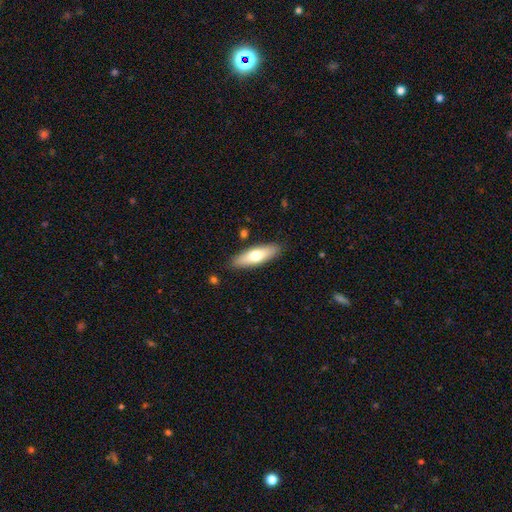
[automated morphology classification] Overall: smooth (65%; featured or disk 29%). How rounded: in between (50%; cigar-shaped 48%). Merging: none (87%).